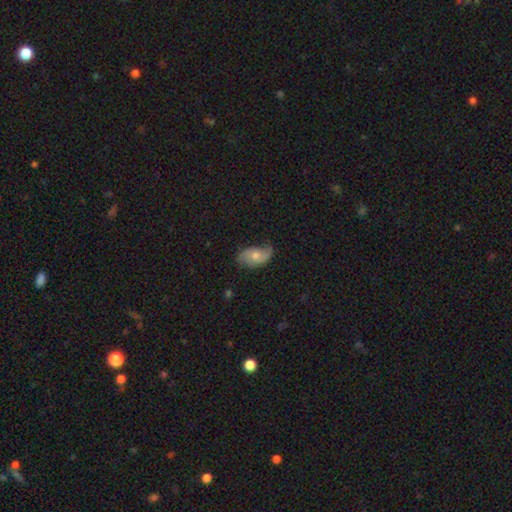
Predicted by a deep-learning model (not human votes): A featured or disk galaxy (51%). Merging: none (59%).